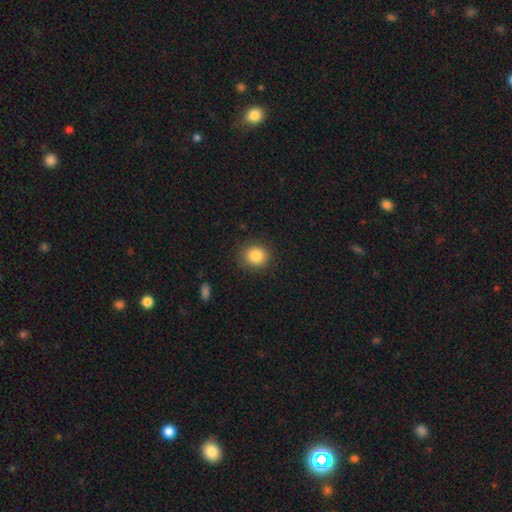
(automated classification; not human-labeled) A smooth galaxy with no disk features (86%) that is round (75%).

Vote fractions:
- Smooth or featured? smooth: 86% / star or artifact: 9% / featured or disk: 5%
- How rounded? round: 75% / in between: 24% / cigar-shaped: 1%
- Merging? none: 85% / minor disturbance: 11% / major disturbance: 3% / merger: 1%